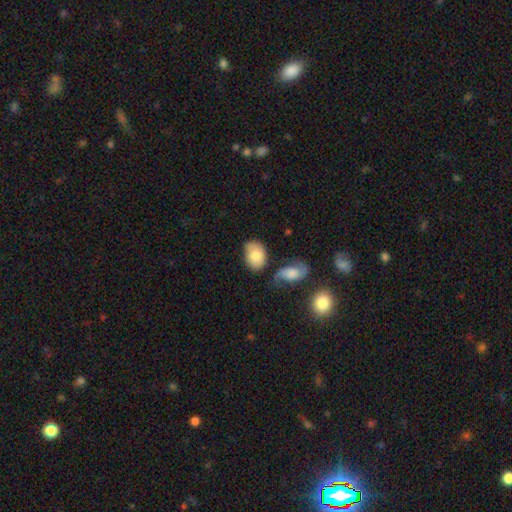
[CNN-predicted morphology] Smooth or featured? Predicted: smooth (p=0.76). How rounded? Predicted: in between (p=0.77). Merging? Predicted: none (p=0.57).